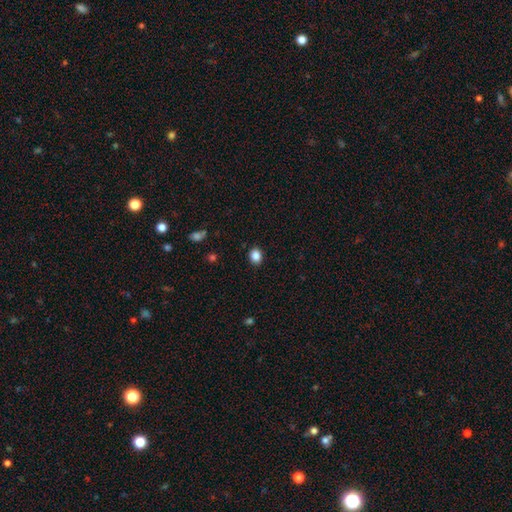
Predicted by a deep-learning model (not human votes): Morphology: type=smooth (86%); roundness=round (56%); merging=none (89%).